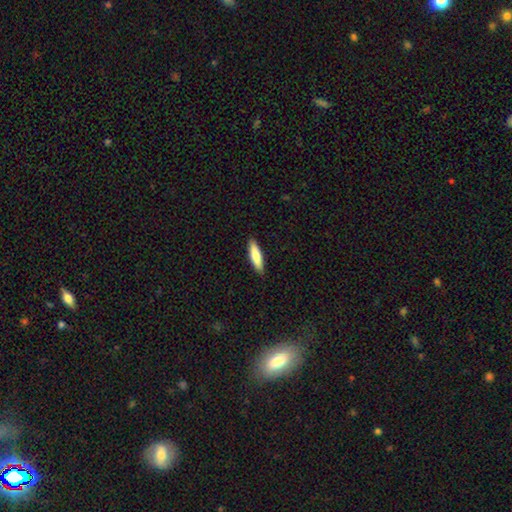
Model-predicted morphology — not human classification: smooth 77%, featured or disk 17%, star or artifact 5%. Down the decision tree: how rounded — cigar-shaped (69%); merging — none (90%).